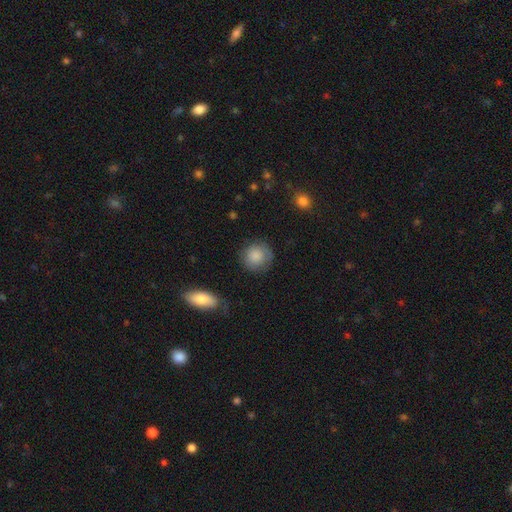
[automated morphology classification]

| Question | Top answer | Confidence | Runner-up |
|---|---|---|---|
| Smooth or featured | smooth | 84% | featured or disk (9%) |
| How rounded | round | 91% | in between (8%) |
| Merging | none | 79% | minor disturbance (14%) |